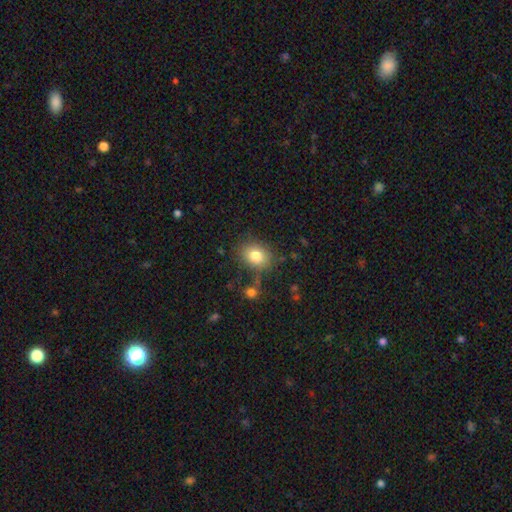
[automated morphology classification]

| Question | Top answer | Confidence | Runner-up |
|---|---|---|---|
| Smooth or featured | smooth | 81% | star or artifact (10%) |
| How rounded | in between | 54% | round (45%) |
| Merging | none | 77% | minor disturbance (14%) |